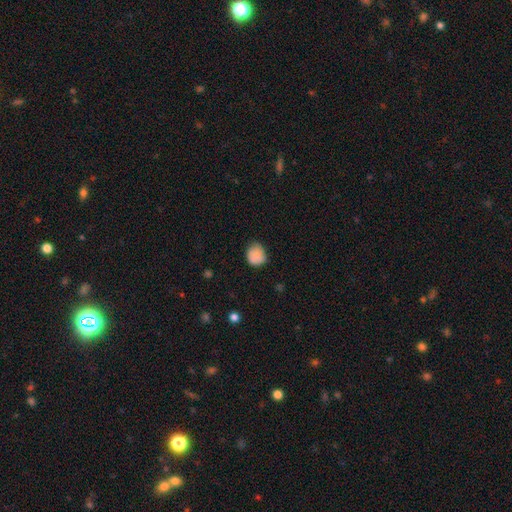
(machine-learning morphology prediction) Smooth or featured? Predicted: smooth (p=0.83). How rounded? Predicted: round (p=0.67). Merging? Predicted: none (p=0.65).